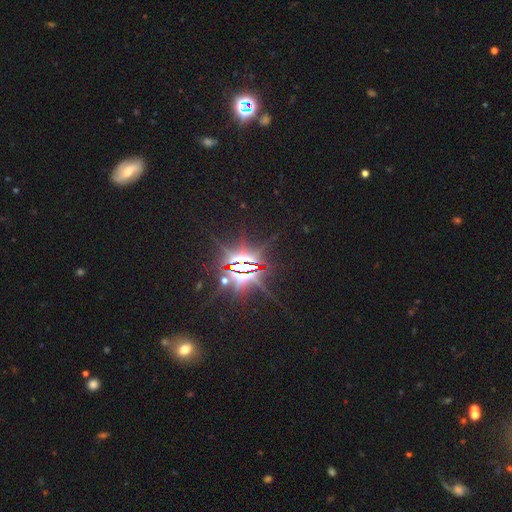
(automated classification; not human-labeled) Smooth or featured? star or artifact (83%)